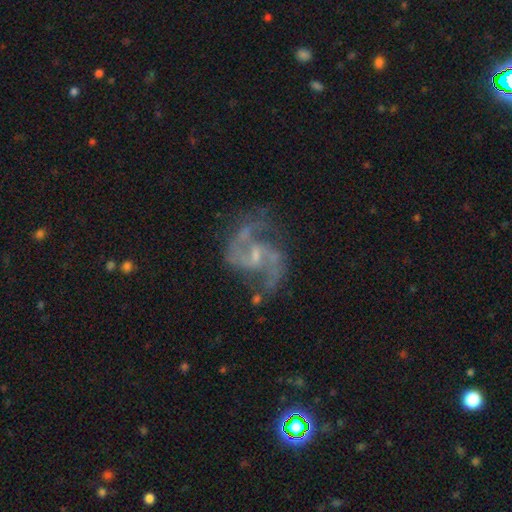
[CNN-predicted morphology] smooth_or_featured: featured or disk (p=0.90) [alt: star or artifact p=0.06]
disk_edge_on: no (p=0.98) [alt: yes p=0.02]
bar: weak (p=0.56) [alt: no p=0.30]
has_spiral_arms: yes (p=0.97) [alt: no p=0.03]
spiral_winding: medium (p=0.54) [alt: loose p=0.36]
spiral_arm_count: 2 (p=0.89) [alt: 3 p=0.03]
bulge_size: small (p=0.60) [alt: moderate p=0.22]
merging: none (p=0.63) [alt: minor disturbance p=0.19]